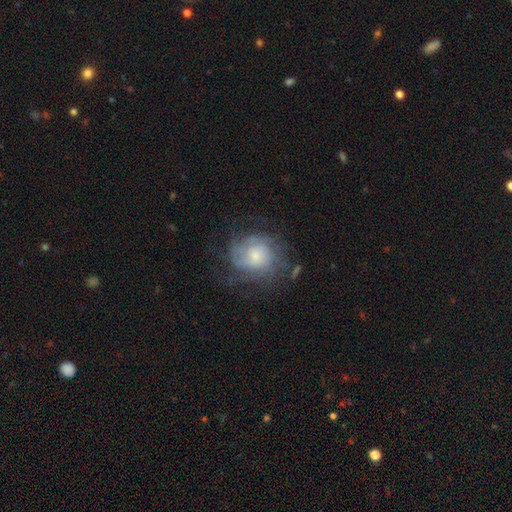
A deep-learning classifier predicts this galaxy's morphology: Smooth or featured? featured or disk (65%)
Edge-on disk? no (97%)
Bar? no (74%)
Spiral arms? yes (83%)
Spiral winding? tight (52%)
Spiral arm count? can't tell (51%)
Bulge size? moderate (40%, tied with small)
Merging? none (60%)